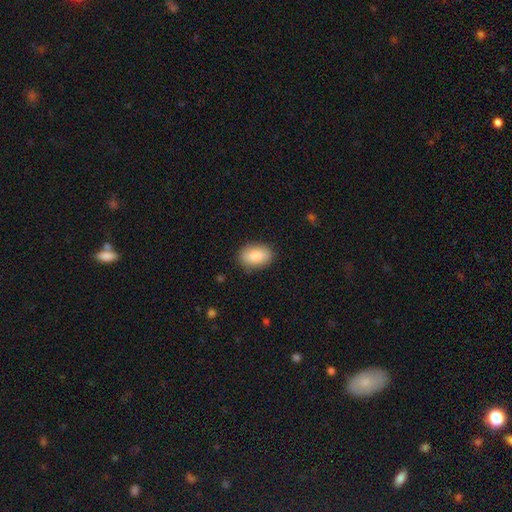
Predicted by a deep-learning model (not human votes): smooth 86%, featured or disk 7%, star or artifact 7%. Down the decision tree: how rounded — in between (87%); merging — none (86%).